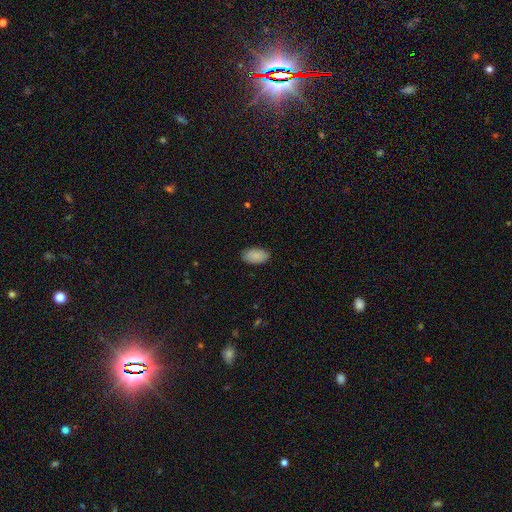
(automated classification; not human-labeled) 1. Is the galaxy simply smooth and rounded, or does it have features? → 87% smooth, 7% featured or disk, 7% star or artifact.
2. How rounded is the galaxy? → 94% in between, 4% round, 2% cigar-shaped.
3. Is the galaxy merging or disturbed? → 86% none, 11% minor disturbance, 2% major disturbance, 1% merger.